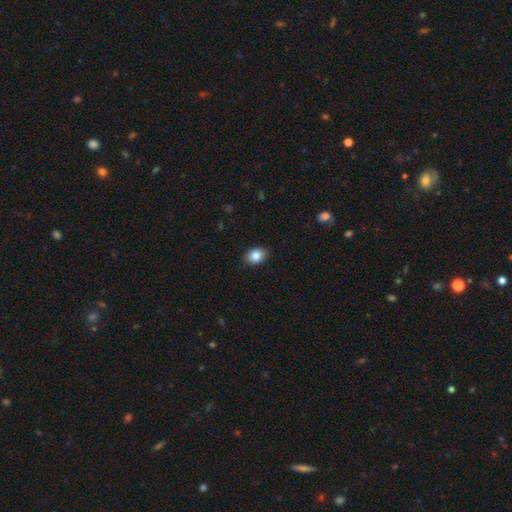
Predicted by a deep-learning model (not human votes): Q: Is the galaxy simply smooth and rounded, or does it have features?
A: smooth — 86%.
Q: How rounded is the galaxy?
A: in between — 72%.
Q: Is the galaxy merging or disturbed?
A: none — 85%.